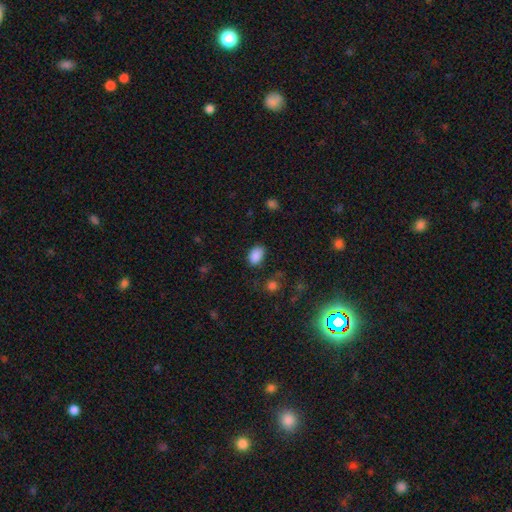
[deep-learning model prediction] A smooth galaxy with no disk features (87%) that is in between round and cigar-shaped (85%).

Vote fractions:
- Smooth or featured? smooth: 87% / star or artifact: 9% / featured or disk: 3%
- How rounded? in between: 85% / round: 14% / cigar-shaped: 1%
- Merging? none: 77% / minor disturbance: 16% / major disturbance: 4% / merger: 2%